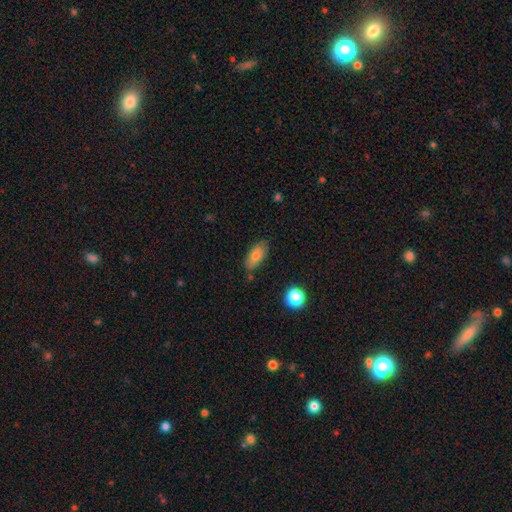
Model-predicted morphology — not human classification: Overall: smooth (77%). How rounded: in between (87%). Merging: none (77%).